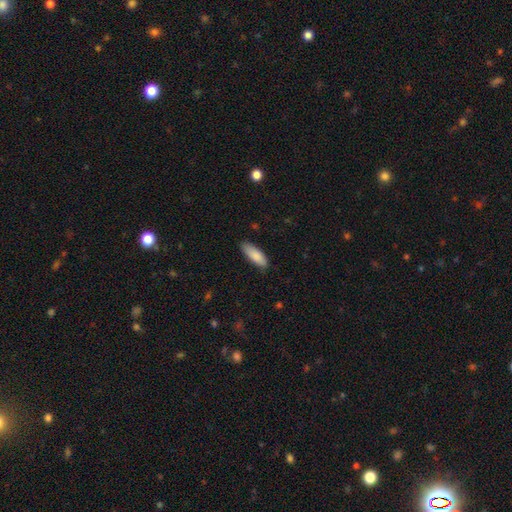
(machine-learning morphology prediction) smooth 87%, featured or disk 7%, star or artifact 6%. Down the decision tree: how rounded — in between (63%); merging — none (82%).